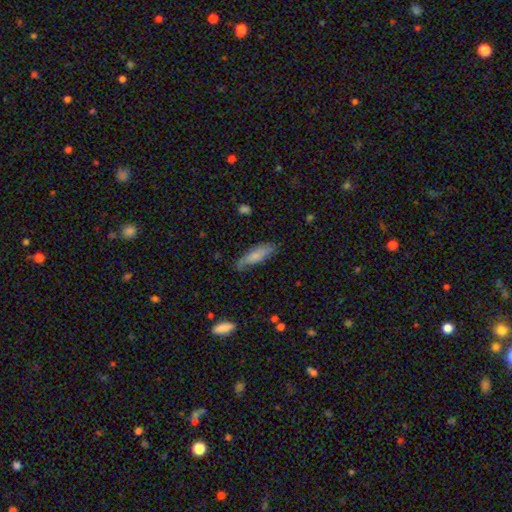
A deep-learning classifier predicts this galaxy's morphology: Smooth or featured: smooth — 73% (featured or disk — 21%)
How rounded: cigar-shaped — 54% (in between — 44%)
Merging: none — 65% (minor disturbance — 26%)